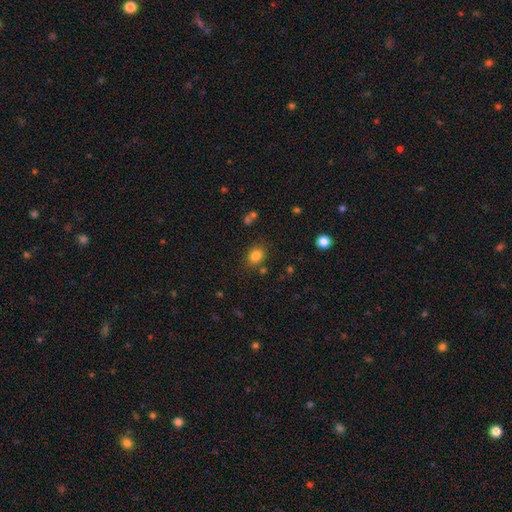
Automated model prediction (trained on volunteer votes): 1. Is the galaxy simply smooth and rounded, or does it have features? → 82% smooth, 12% star or artifact, 6% featured or disk.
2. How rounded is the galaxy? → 52% in between, 47% round, 1% cigar-shaped.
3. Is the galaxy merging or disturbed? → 79% none, 12% minor disturbance, 5% merger, 4% major disturbance.